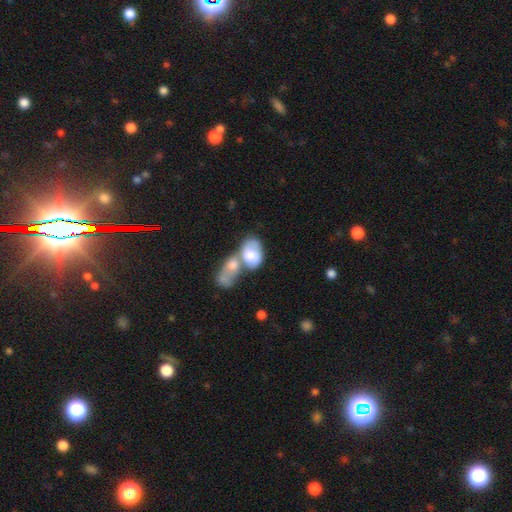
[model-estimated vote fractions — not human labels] Q: Smooth or featured?
A: smooth (58%); runner-up: featured or disk (34%)
Q: How rounded?
A: in between (81%); runner-up: round (16%)
Q: Merging?
A: merger (76%); runner-up: none (11%)